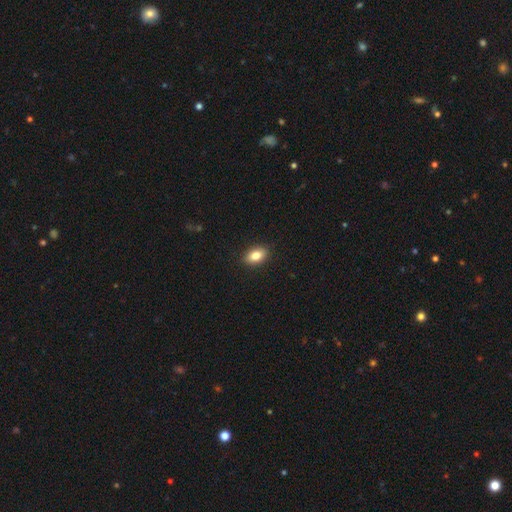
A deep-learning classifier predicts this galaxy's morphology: Smooth or featured: smooth — 82% (featured or disk — 10%)
How rounded: in between — 86% (round — 11%)
Merging: none — 90% (minor disturbance — 8%)